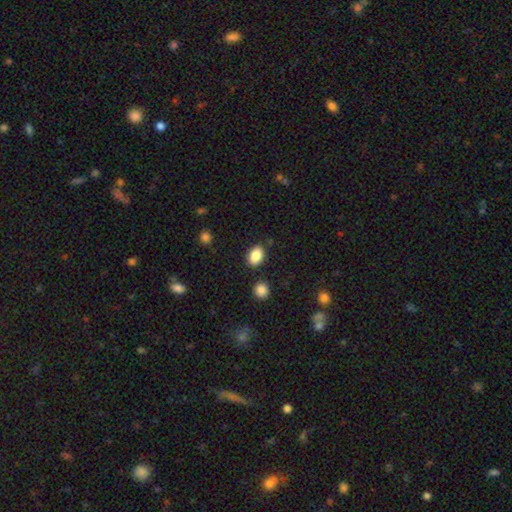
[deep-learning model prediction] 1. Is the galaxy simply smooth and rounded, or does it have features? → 86% smooth, 8% star or artifact, 6% featured or disk.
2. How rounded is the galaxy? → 84% in between, 15% round, 1% cigar-shaped.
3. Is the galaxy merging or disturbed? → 84% none, 10% minor disturbance, 3% merger, 3% major disturbance.